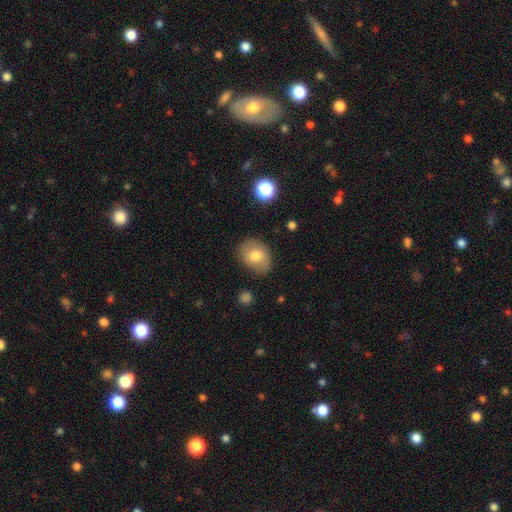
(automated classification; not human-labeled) smooth_or_featured: smooth (p=0.71) [alt: featured or disk p=0.20]
how_rounded: in between (p=0.61) [alt: round p=0.38]
merging: none (p=0.78) [alt: minor disturbance p=0.16]